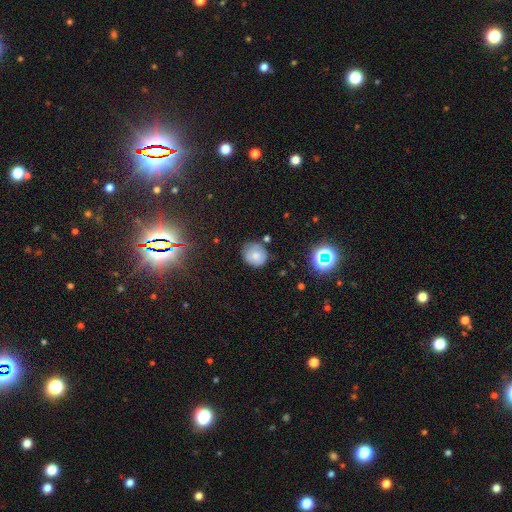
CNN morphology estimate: Smooth or featured?
  - smooth: 68% *
  - featured or disk: 18%
  - star or artifact: 14%
How rounded?
  - round: 81% *
  - in between: 18%
  - cigar-shaped: 1%
Merging?
  - none: 69% *
  - minor disturbance: 22%
  - major disturbance: 4%
  - merger: 4%